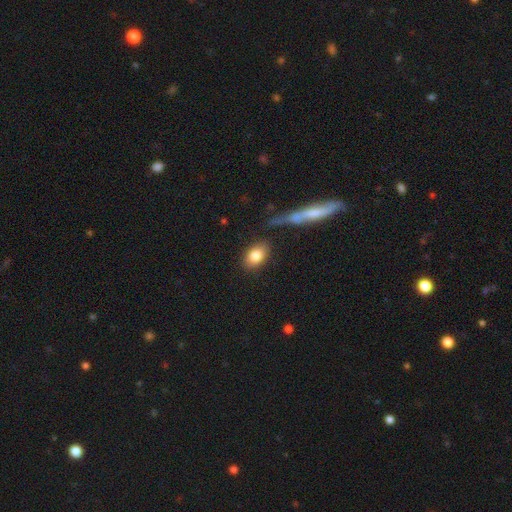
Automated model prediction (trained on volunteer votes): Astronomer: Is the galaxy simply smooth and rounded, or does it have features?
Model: smooth — 82%.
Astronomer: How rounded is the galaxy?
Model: in between — 82%.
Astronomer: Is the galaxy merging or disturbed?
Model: none — 82%.